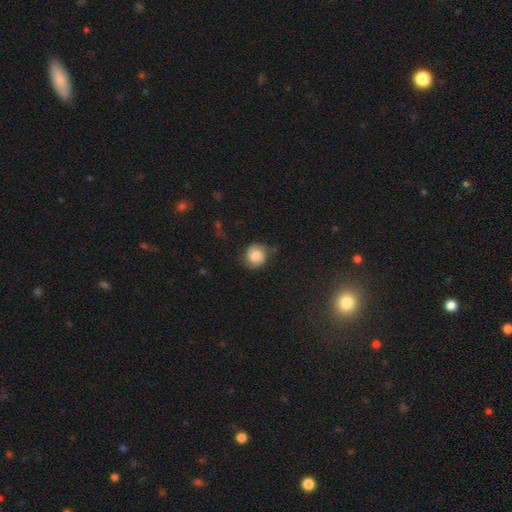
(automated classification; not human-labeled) smooth 69%, featured or disk 22%, star or artifact 9%. Down the decision tree: how rounded — round (84%); merging — none (70%).